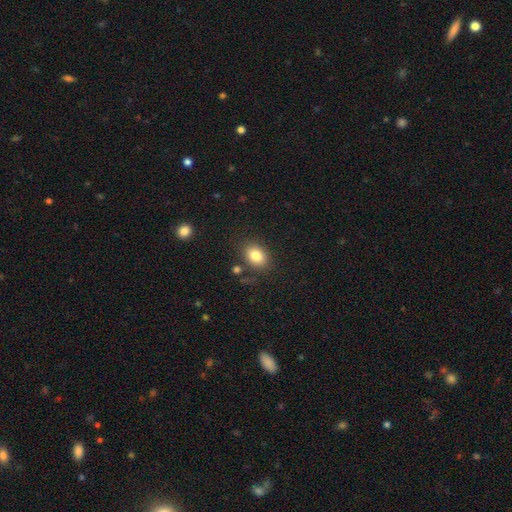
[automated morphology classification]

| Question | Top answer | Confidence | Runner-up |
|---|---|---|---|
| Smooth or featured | smooth | 83% | star or artifact (9%) |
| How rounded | in between | 65% | round (34%) |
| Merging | none | 78% | minor disturbance (12%) |